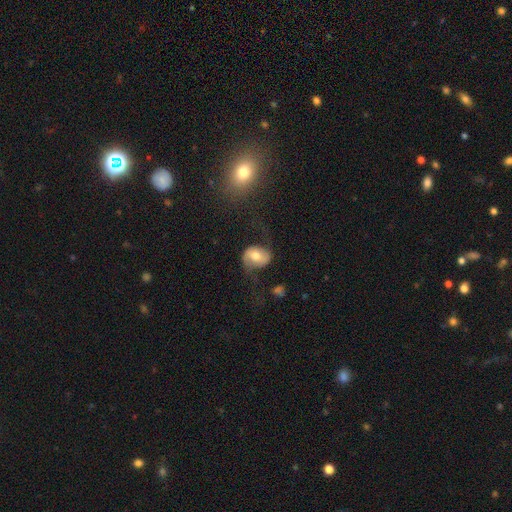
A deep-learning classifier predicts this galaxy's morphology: smooth-or-featured: featured or disk: 55% | smooth: 37% | star or artifact: 8%
  disk-edge-on: no: 96% | yes: 4%
    bar: no: 53% | weak: 34% | strong: 14%
    has-spiral-arms: yes: 82% | no: 18%
    bulge-size: moderate: 69% | small: 14% | large: 13% | dominant: 2% | none: 2%
  merging: none: 58% | minor disturbance: 21% | major disturbance: 18% | merger: 2%